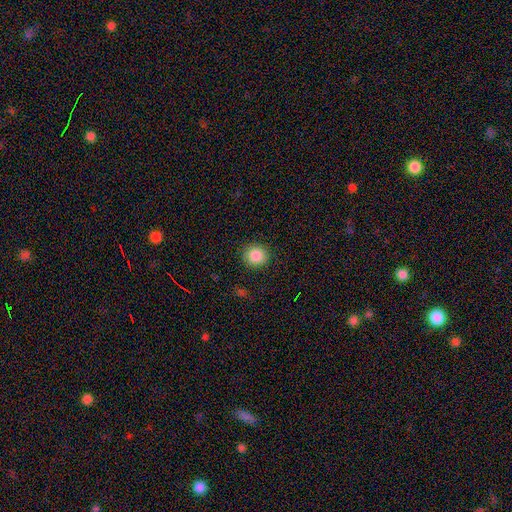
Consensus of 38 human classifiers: Morphology: type=smooth (95%); roundness=round (94%); merging=none (89%).